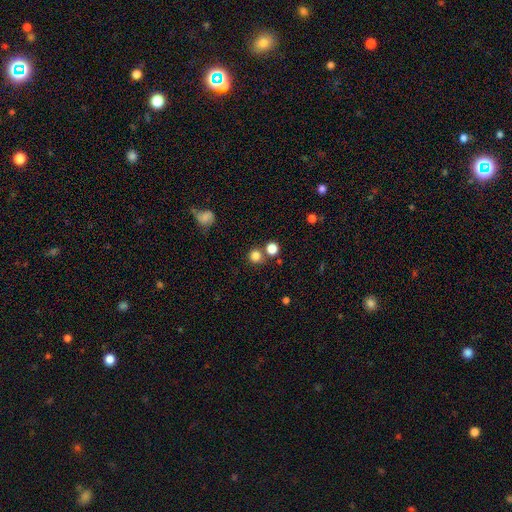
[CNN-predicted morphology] A smooth galaxy with no disk features (81%) that is round (92%). Merging: none (70%).